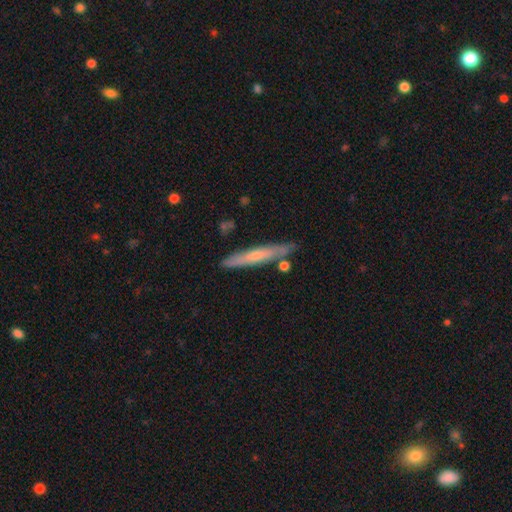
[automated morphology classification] Smooth or featured? Predicted: featured or disk (p=0.47, tied with smooth). Merging? Predicted: none (p=0.82).